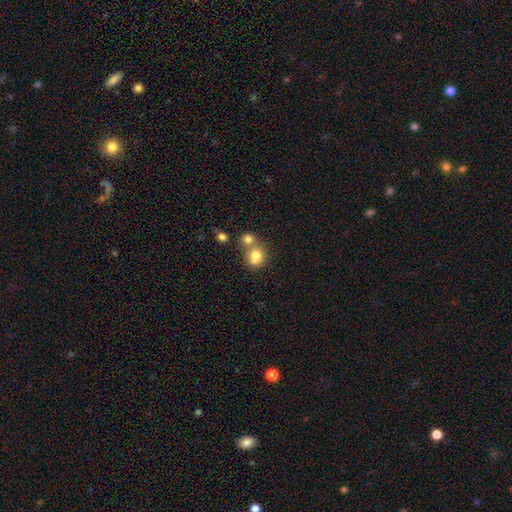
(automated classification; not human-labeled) The model was most divided on "merging": merger: 47%, none: 41%, minor disturbance: 9%, major disturbance: 4%. More confident: how rounded — round (77%); smooth or featured — smooth (77%).